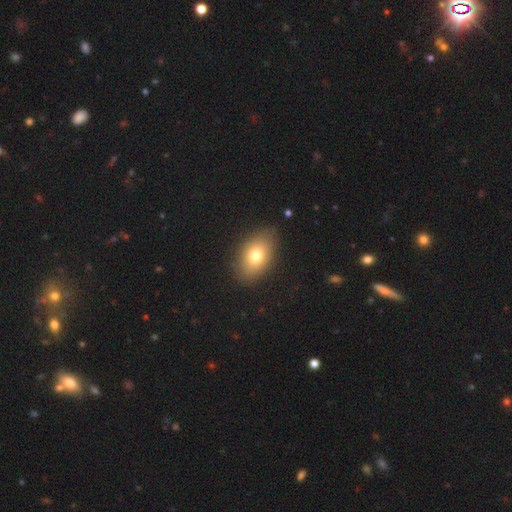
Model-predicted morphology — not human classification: A smooth galaxy with no disk features (75%) that is in between round and cigar-shaped (85%). Merging: none (84%).